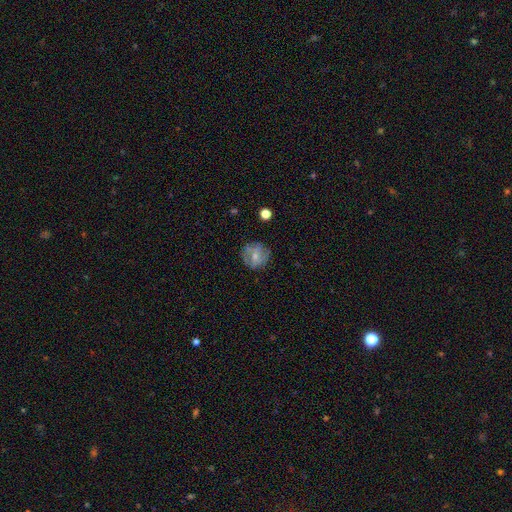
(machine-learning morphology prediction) Smooth or featured?
  - smooth: 49% *
  - featured or disk: 42%
  - star or artifact: 10%
Merging?
  - none: 73% *
  - minor disturbance: 18%
  - major disturbance: 7%
  - merger: 2%